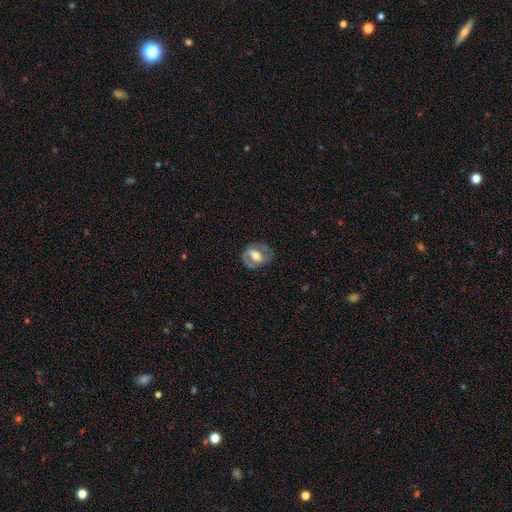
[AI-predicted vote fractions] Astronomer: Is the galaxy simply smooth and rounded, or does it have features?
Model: featured or disk — 66%.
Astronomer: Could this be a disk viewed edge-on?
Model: no — 95%.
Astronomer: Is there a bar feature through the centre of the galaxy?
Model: weak — 36%, tied with strong at 36%.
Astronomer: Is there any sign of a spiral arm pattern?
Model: yes — 65%.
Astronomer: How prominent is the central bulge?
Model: moderate — 60%.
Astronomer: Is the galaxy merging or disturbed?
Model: none — 69%.